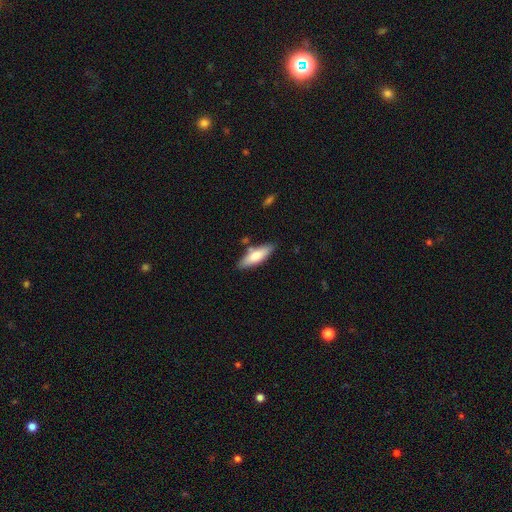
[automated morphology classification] smooth 73%, featured or disk 21%, star or artifact 6%. Down the decision tree: how rounded — cigar-shaped (51%); merging — none (79%).